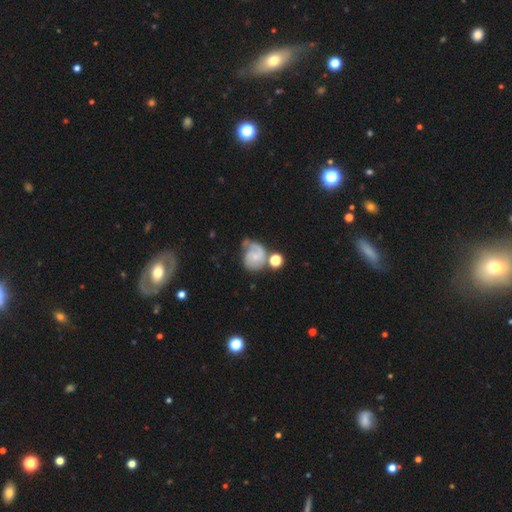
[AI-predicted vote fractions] featured or disk 63%, smooth 29%, star or artifact 8%. Down the decision tree: edge-on disk — no (98%); bar — no (74%); spiral arms — yes (85%); spiral arm count — 2 (44%); spiral winding — tight (47%); bulge size — small (67%); merging — none (36%).